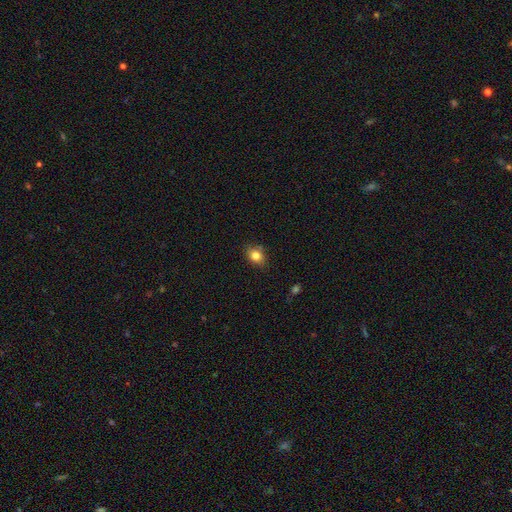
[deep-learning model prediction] This is clearly a smooth galaxy (82%). How rounded: possibly in between (58%). Merging: likely none (79%).